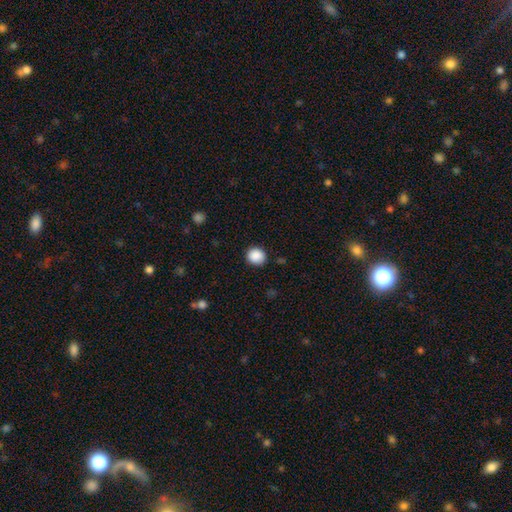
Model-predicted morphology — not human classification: Smooth or featured? Predicted: smooth (p=0.89). How rounded? Predicted: round (p=0.85). Merging? Predicted: none (p=0.89).